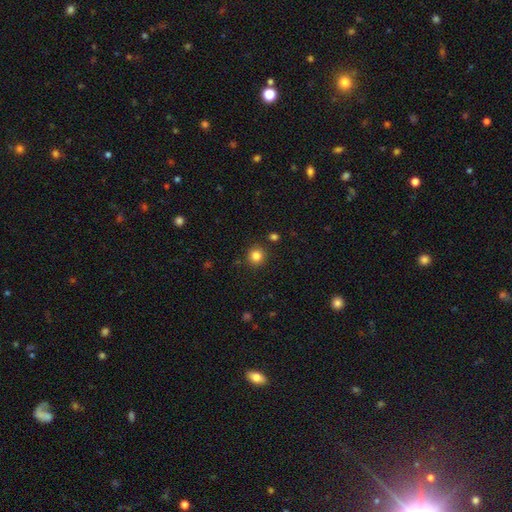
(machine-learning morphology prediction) Smooth or featured? smooth (84%)
How rounded? round (92%)
Merging? none (89%)